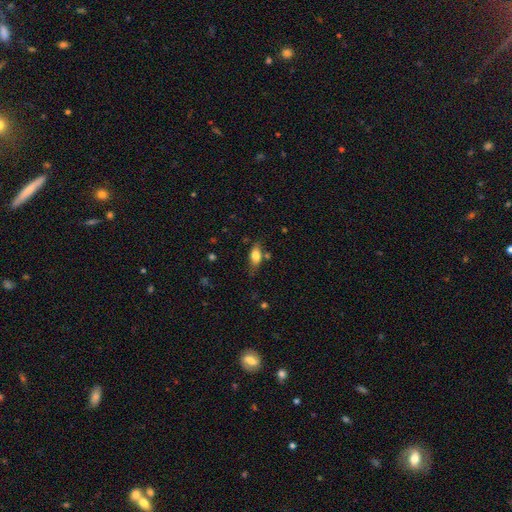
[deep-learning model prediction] Q: Smooth or featured?
A: smooth (77%); runner-up: featured or disk (15%)
Q: How rounded?
A: in between (82%); runner-up: cigar-shaped (13%)
Q: Merging?
A: none (66%); runner-up: minor disturbance (22%)